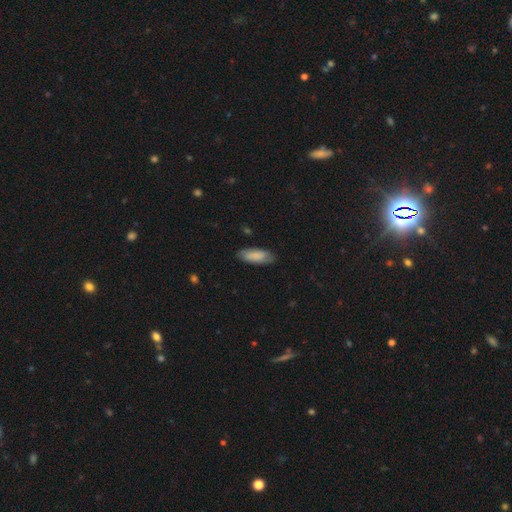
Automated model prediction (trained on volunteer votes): Smooth or featured: smooth — 85% (featured or disk — 10%)
How rounded: in between — 71% (cigar-shaped — 27%)
Merging: none — 82% (minor disturbance — 14%)